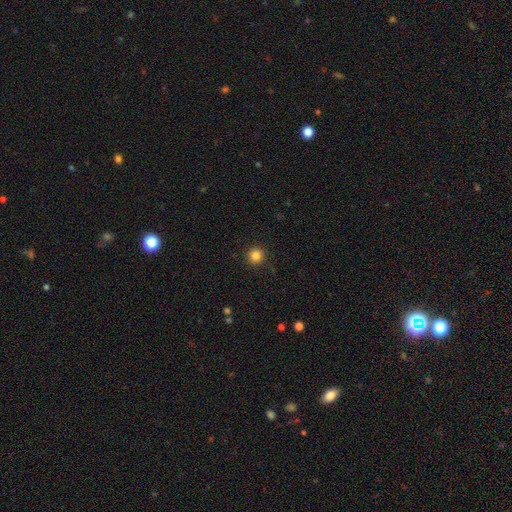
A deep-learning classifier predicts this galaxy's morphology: Smooth or featured?
  - smooth: 84% *
  - star or artifact: 12%
  - featured or disk: 4%
How rounded?
  - round: 95% *
  - in between: 4%
  - cigar-shaped: 1%
Merging?
  - none: 92% *
  - minor disturbance: 5%
  - major disturbance: 2%
  - merger: 1%